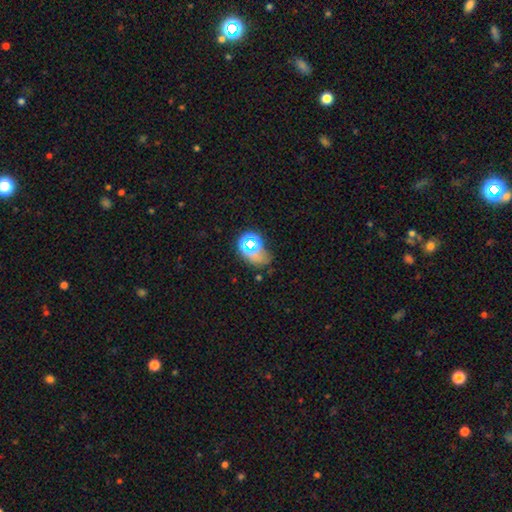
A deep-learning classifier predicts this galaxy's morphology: type=smooth (49%); merging=none (51%).